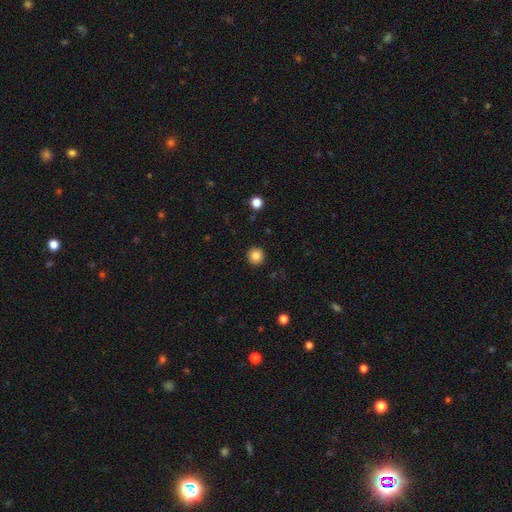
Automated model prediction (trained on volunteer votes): Smooth or featured: smooth — 83% (star or artifact — 11%)
How rounded: round — 95% (in between — 4%)
Merging: none — 92% (minor disturbance — 5%)